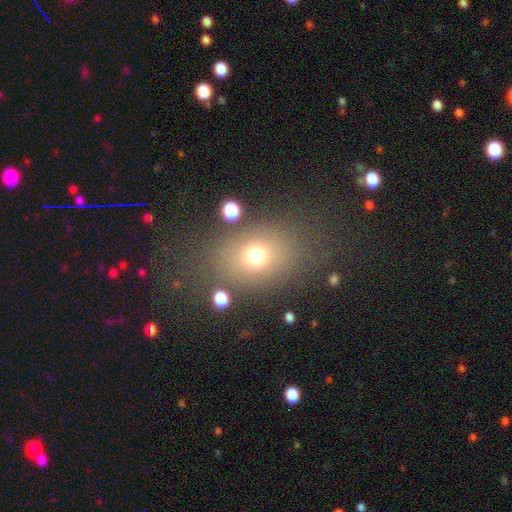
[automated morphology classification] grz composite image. It shows a smooth galaxy with no disk features (70%) that is in between round and cigar-shaped (62%). Merging: none (73%).